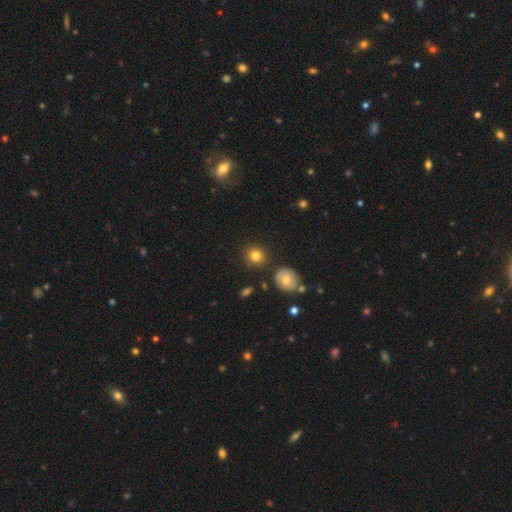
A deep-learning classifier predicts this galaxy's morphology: smooth-or-featured: smooth: 82% | star or artifact: 11% | featured or disk: 7%
  how-rounded: round: 90% | in between: 9% | cigar-shaped: 1%
  merging: none: 86% | minor disturbance: 8% | merger: 3% | major disturbance: 3%